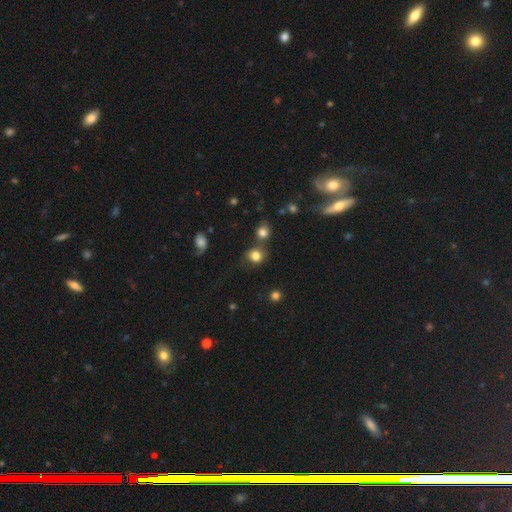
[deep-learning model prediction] The model was most divided on "merging": none: 59%, merger: 20%, minor disturbance: 15%, major disturbance: 7%. More confident: smooth or featured — smooth (80%); how rounded — round (76%).